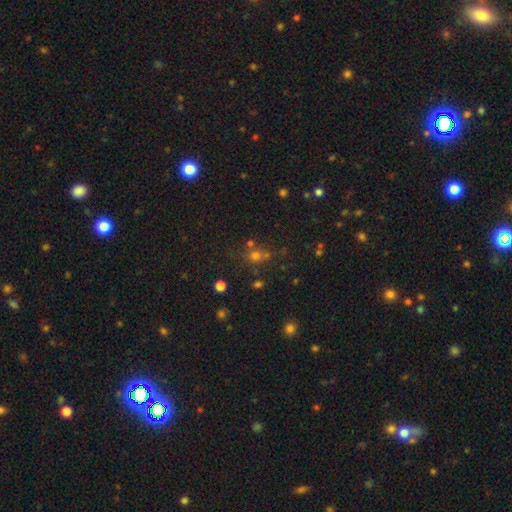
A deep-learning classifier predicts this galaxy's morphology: This is possibly a smooth galaxy (56%). How rounded: clearly round (84%). Merging: likely none (65%).